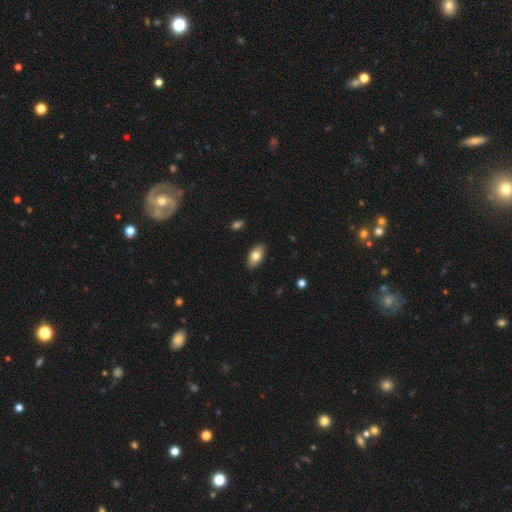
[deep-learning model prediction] The model was most divided on "smooth or featured": smooth: 77%, featured or disk: 16%, star or artifact: 6%. More confident: how rounded — in between (93%); merging — none (88%).